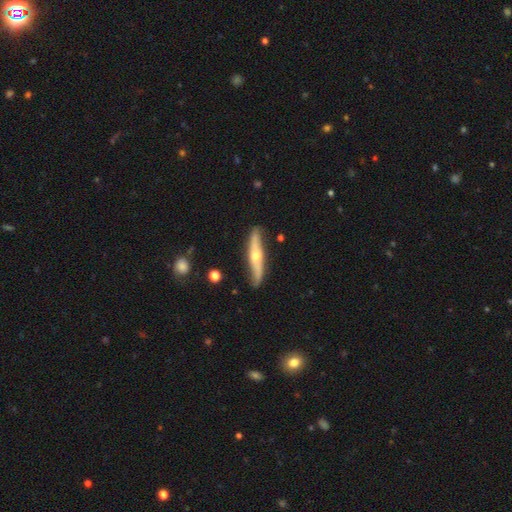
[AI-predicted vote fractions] Morphology: type=featured or disk (64%); edge-on=yes (82%); edge-on bulge=rounded (90%); merging=none (82%).